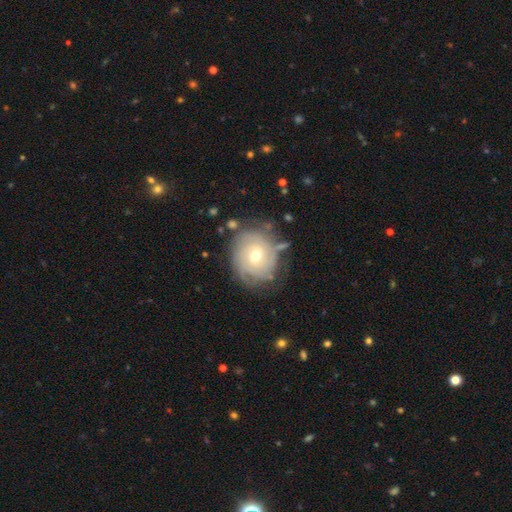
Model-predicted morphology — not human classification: This is likely a featured or disk galaxy (70%). It is clearly not viewed edge-on (97%). Bar: likely no (76%). Spiral arm pattern: clearly yes (85%). Spiral arm count: possibly can't tell (49%). Spiral winding: likely tight (73%). Central bulge: possibly moderate (59%). Merging: likely none (70%).